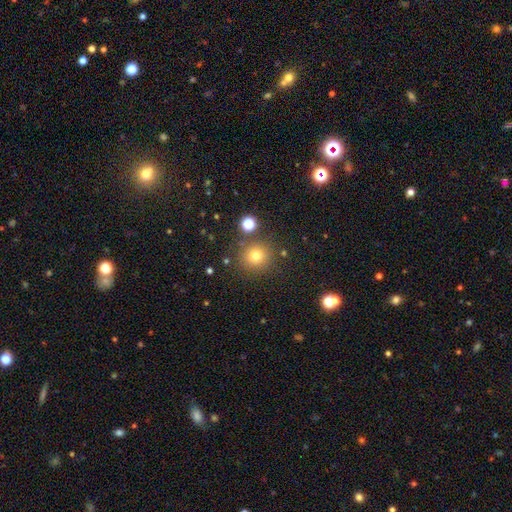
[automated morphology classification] This appears to be a smooth galaxy with no disk features (75%) that is round (92%). Merging: none (83%).